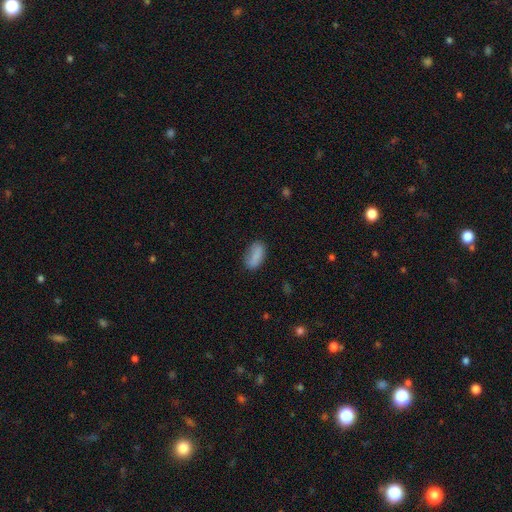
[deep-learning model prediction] This is clearly a smooth galaxy (84%). How rounded: clearly in between (90%). Merging: likely none (71%).